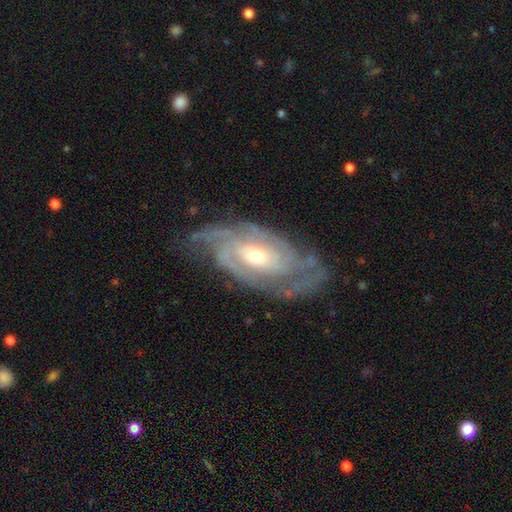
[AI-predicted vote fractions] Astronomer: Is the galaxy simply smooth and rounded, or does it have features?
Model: featured or disk — 89%.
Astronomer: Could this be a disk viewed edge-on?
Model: no — 94%.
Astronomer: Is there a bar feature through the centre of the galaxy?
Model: no — 54% (runner-up: weak, 34%).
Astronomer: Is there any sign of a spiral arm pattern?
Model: yes — 97%.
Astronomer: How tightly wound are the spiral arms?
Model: tight — 65%.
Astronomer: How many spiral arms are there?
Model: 2 — 29% (runner-up: 3, 28%).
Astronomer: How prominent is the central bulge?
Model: moderate — 64%.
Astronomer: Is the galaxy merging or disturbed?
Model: none — 75%.